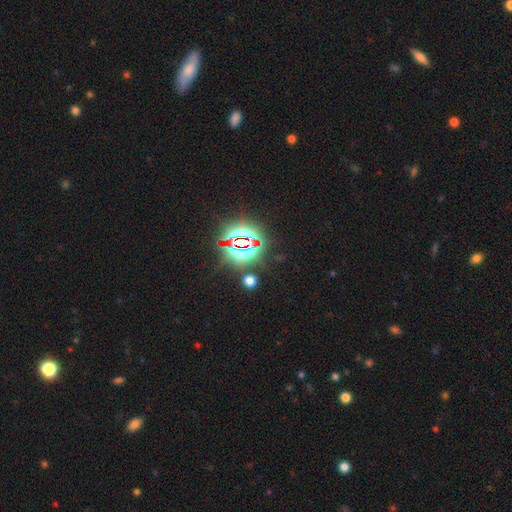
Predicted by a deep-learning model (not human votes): A star or artifact, not a galaxy (83%).

Vote fractions:
- Smooth or featured? star or artifact: 83% / smooth: 10% / featured or disk: 6%